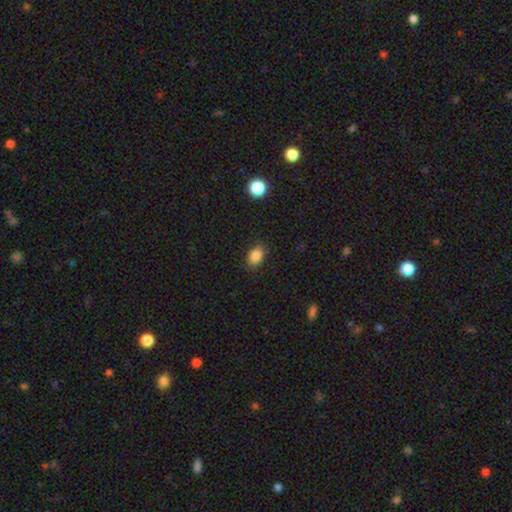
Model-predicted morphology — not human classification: Smooth or featured: smooth — 85% (star or artifact — 10%)
How rounded: in between — 75% (round — 23%)
Merging: none — 85% (minor disturbance — 11%)